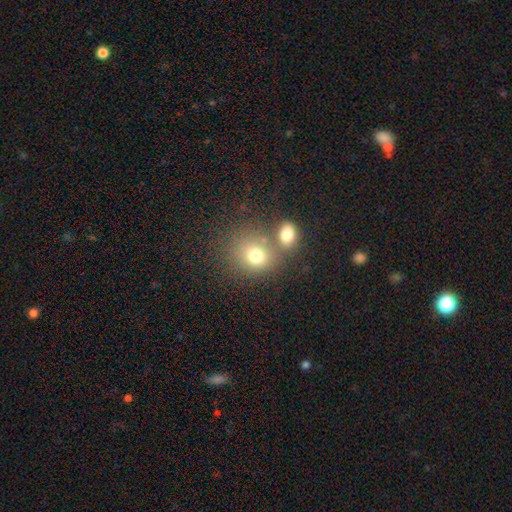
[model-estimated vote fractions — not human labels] Morphology: type=smooth (74%); roundness=round (72%); merging=none (49%).